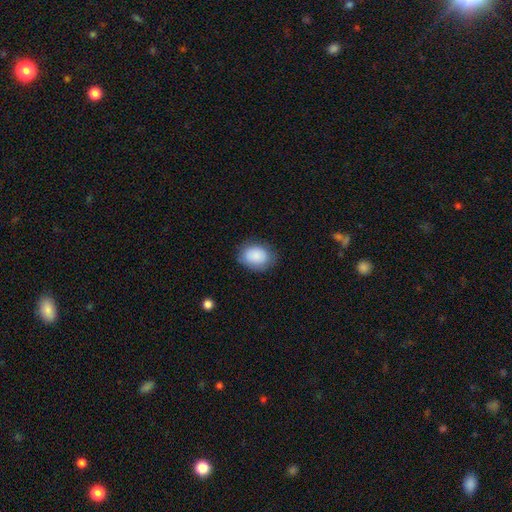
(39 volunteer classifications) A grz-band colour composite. It shows a smooth galaxy with no disk features (87%) that is in between round and cigar-shaped (59%). Merging: none (83%).